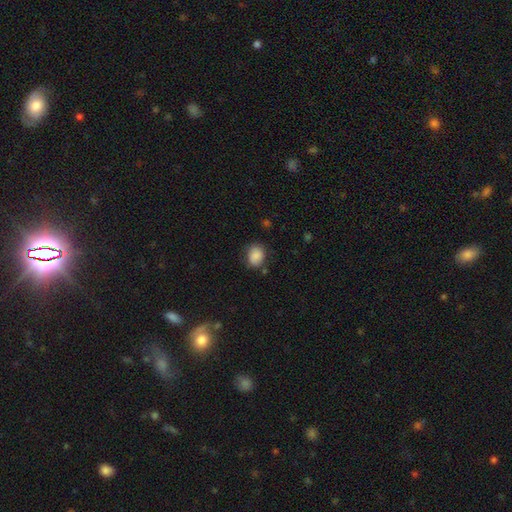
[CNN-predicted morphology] This appears to be a smooth galaxy with no disk features (87%) that is round (50%). Merging: none (73%).